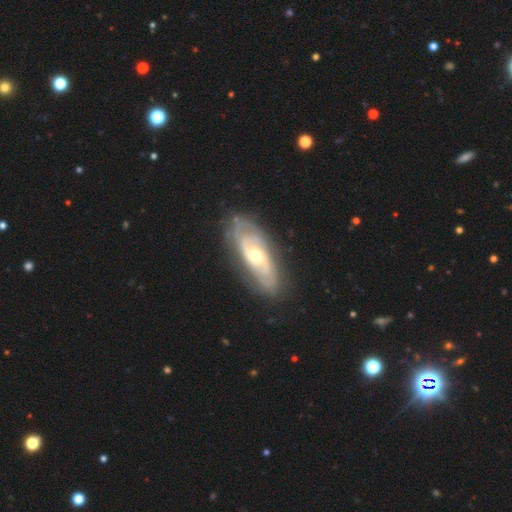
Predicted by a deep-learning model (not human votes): This is clearly a featured or disk galaxy (81%). It is clearly not viewed edge-on (90%). Bar: likely no (68%). Spiral arm pattern: clearly yes (85%). Spiral arm count: possibly 2 (52%). Spiral winding: possibly tight (57%). Central bulge: likely moderate (63%). Merging: likely none (79%).